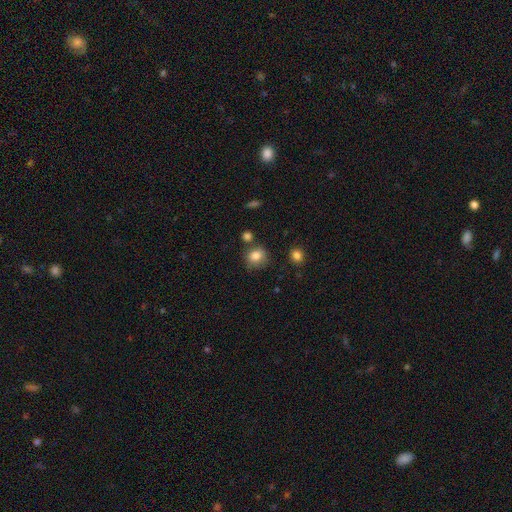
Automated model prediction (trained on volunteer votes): Overall: smooth (84%). How rounded: round (83%). Merging: none (75%).